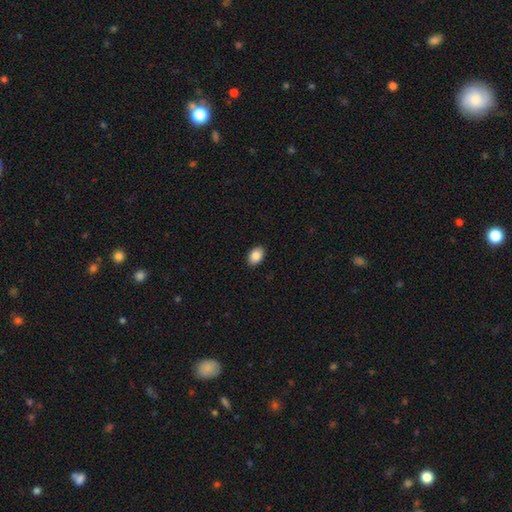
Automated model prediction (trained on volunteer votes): Smooth or featured? smooth (87%)
How rounded? in between (87%)
Merging? none (90%)